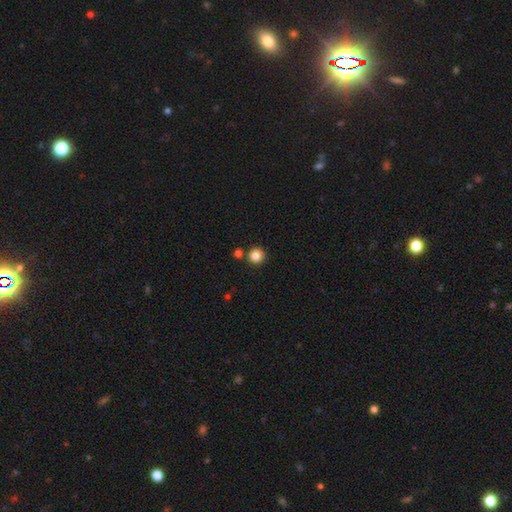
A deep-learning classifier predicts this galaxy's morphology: Smooth or featured: smooth — 84% (star or artifact — 11%)
How rounded: round — 95% (in between — 4%)
Merging: none — 83% (merger — 8%)